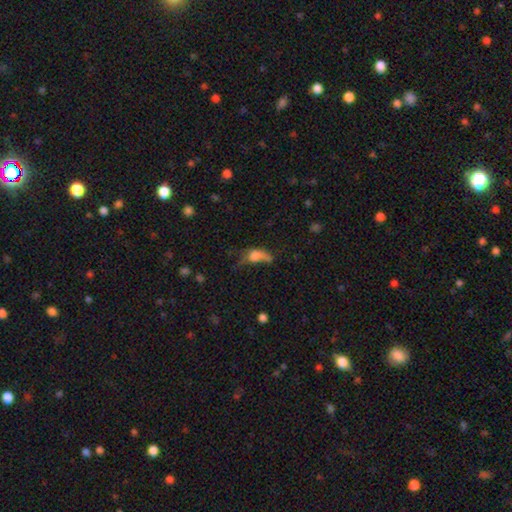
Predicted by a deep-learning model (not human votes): Overall: smooth (61%; featured or disk 24%). How rounded: in between (75%). Merging: major disturbance (49%; minor disturbance 19%).